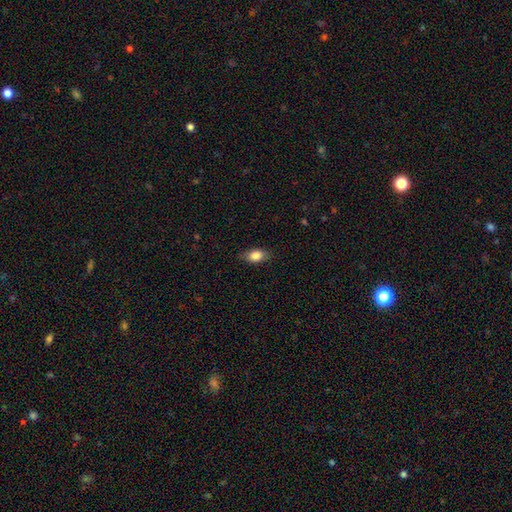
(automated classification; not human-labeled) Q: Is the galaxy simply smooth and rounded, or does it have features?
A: smooth — 84%.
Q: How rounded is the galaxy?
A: in between — 88%.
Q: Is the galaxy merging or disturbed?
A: none — 82%.